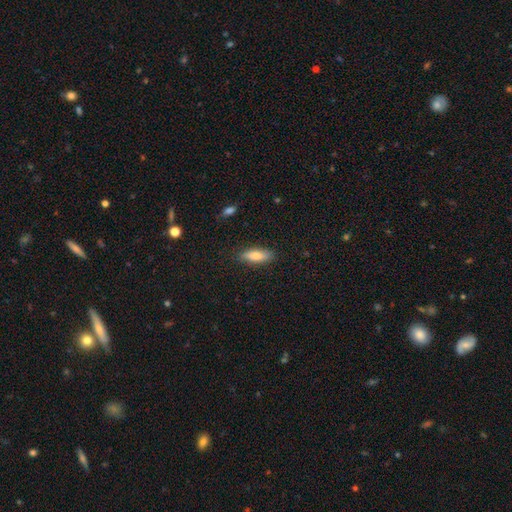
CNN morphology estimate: This appears to be a smooth galaxy with no disk features (76%) that is in between round and cigar-shaped (62%). Merging: none (85%).